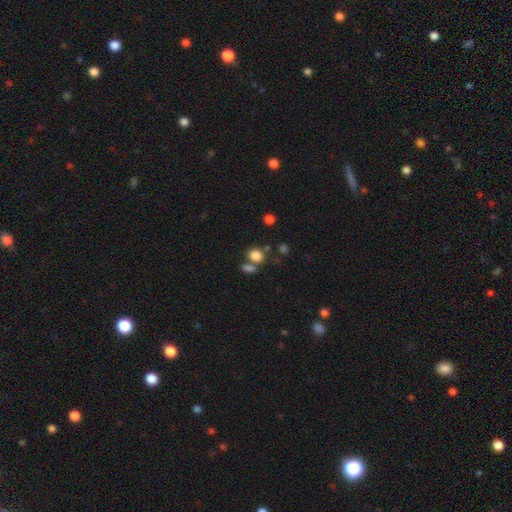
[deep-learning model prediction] A smooth galaxy with no disk features (81%) that is round (54%).

Vote fractions:
- Smooth or featured? smooth: 81% / star or artifact: 12% / featured or disk: 7%
- How rounded? round: 54% / in between: 45% / cigar-shaped: 1%
- Merging? none: 53% / merger: 30% / minor disturbance: 11% / major disturbance: 5%